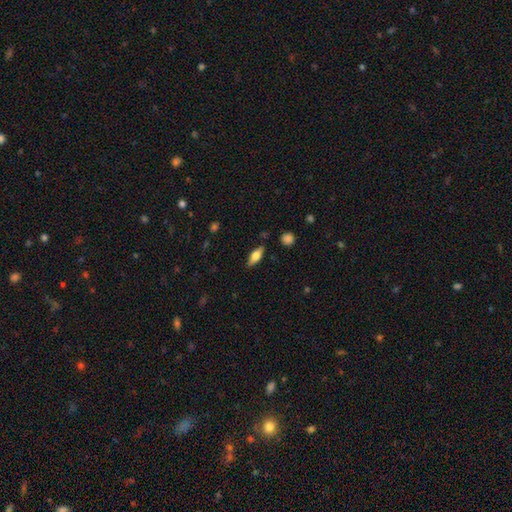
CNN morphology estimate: This is possibly a smooth galaxy (60%). How rounded: likely in between (69%). Merging: clearly none (85%).